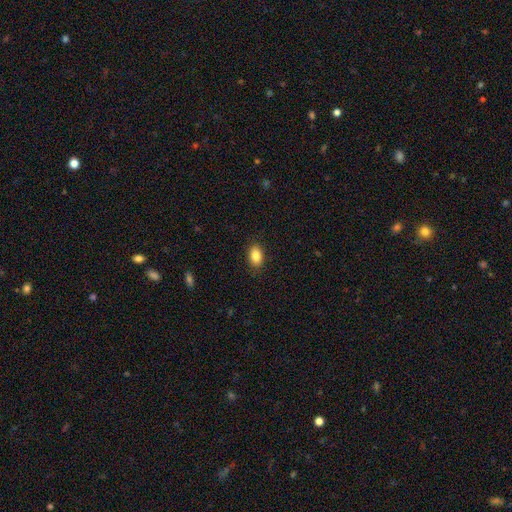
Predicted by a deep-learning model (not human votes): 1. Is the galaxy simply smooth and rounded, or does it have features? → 86% smooth, 8% star or artifact, 6% featured or disk.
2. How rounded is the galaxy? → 86% in between, 13% round, 1% cigar-shaped.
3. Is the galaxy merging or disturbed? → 88% none, 9% minor disturbance, 2% major disturbance, 1% merger.